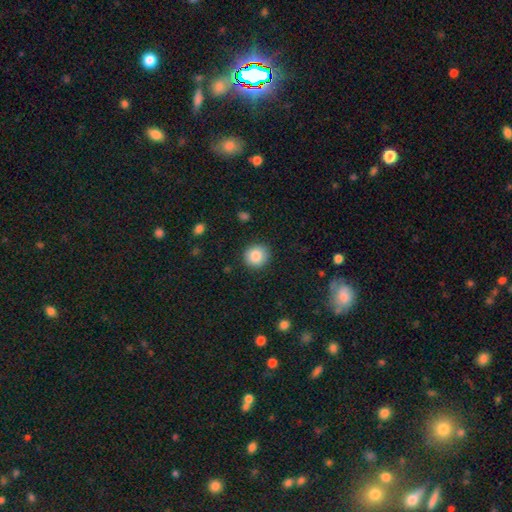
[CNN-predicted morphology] A smooth galaxy with no disk features (85%) that is round (90%).

Vote fractions:
- Smooth or featured? smooth: 85% / star or artifact: 9% / featured or disk: 6%
- How rounded? round: 90% / in between: 9% / cigar-shaped: 1%
- Merging? none: 90% / minor disturbance: 7% / major disturbance: 2% / merger: 1%